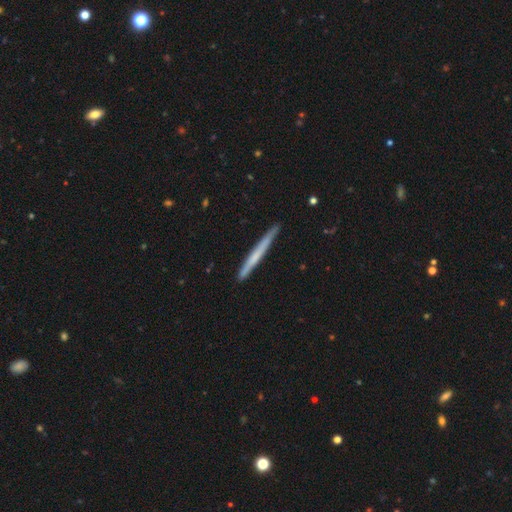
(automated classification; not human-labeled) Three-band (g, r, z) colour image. It shows a smooth galaxy with no disk features (50%) that is cigar-shaped (97%). Merging: none (89%).